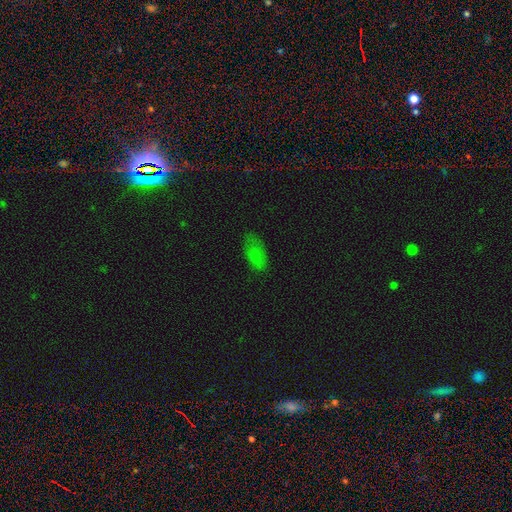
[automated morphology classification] Overall: smooth (76%). How rounded: in between (91%). Merging: none (71%).